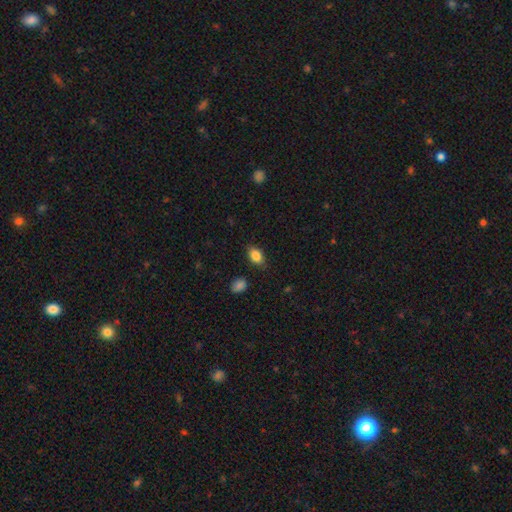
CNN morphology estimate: The model was most divided on "merging": none: 81%, minor disturbance: 14%, major disturbance: 3%, merger: 2%. More confident: smooth or featured — smooth (85%); how rounded — in between (85%).